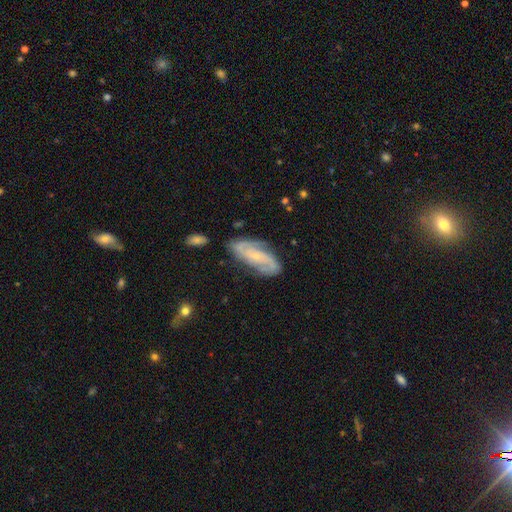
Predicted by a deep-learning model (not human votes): Morphology: type=featured or disk (74%); edge-on=no (91%); bar=no (52%); spiral arms=yes (93%); winding=medium (43%); arm count=2 (70%); bulge=small (73%); merging=none (70%).